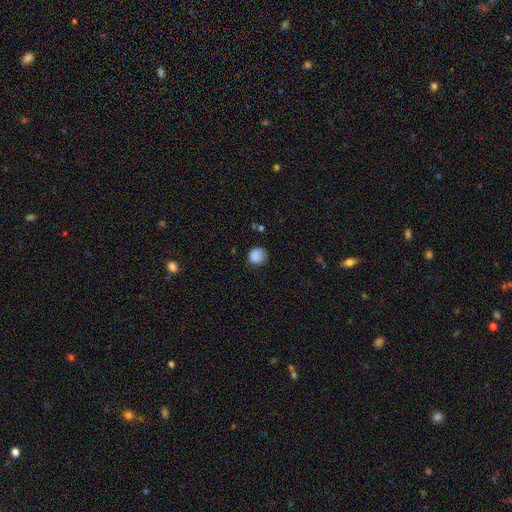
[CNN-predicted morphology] type=smooth (85%); roundness=round (87%); merging=none (70%).